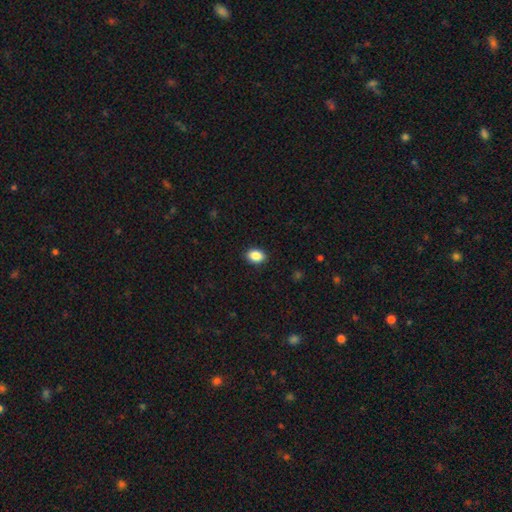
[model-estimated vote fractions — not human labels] smooth-or-featured: smooth: 88% | star or artifact: 8% | featured or disk: 4%
  how-rounded: in between: 76% | round: 23% | cigar-shaped: 1%
  merging: none: 90% | minor disturbance: 7% | major disturbance: 2% | merger: 1%